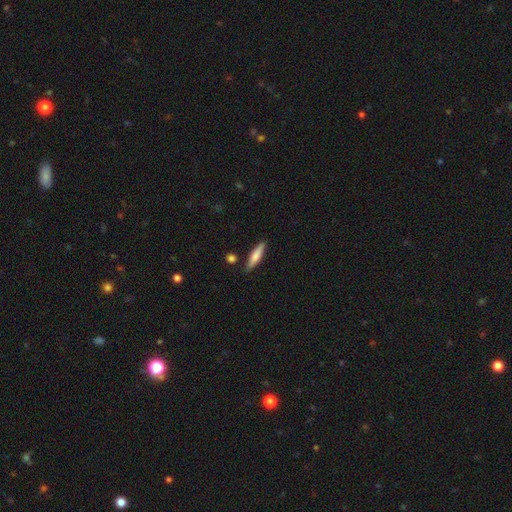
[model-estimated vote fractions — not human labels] The model was most divided on "smooth or featured": smooth: 71%, featured or disk: 23%, star or artifact: 6%. More confident: merging — none (84%); how rounded — cigar-shaped (78%).